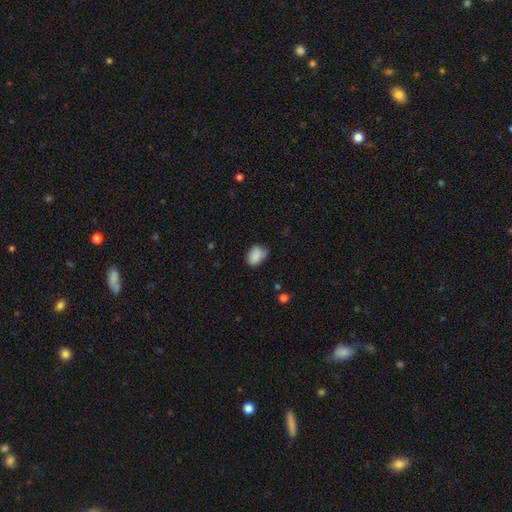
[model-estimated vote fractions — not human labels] Overall: smooth (85%). How rounded: in between (78%). Merging: none (61%; minor disturbance 30%).